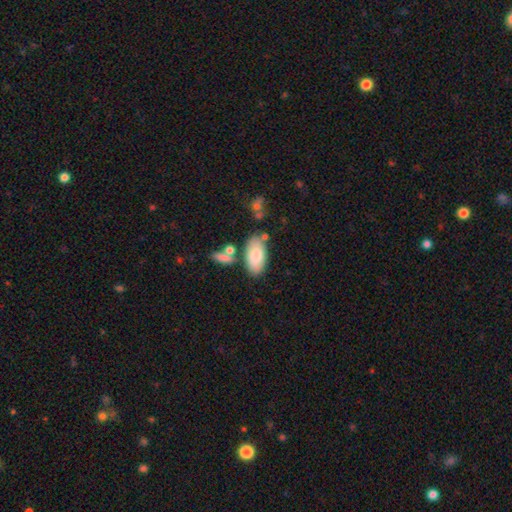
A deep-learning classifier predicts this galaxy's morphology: Overall: smooth (82%). How rounded: in between (93%). Merging: none (69%).